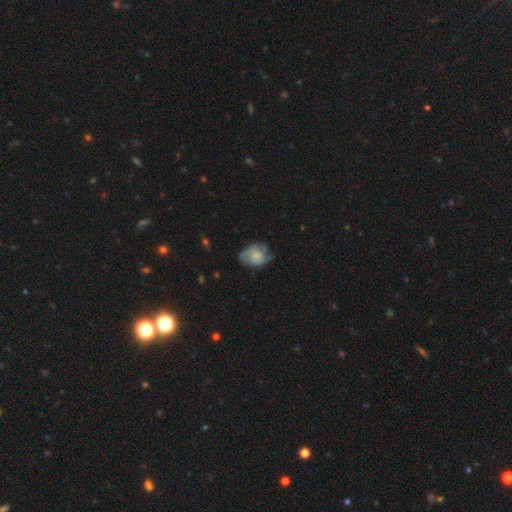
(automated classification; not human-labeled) Q: Smooth or featured?
A: featured or disk (61%); runner-up: smooth (31%)
Q: Edge-on disk?
A: no (97%); runner-up: yes (3%)
Q: Bar?
A: no (72%); runner-up: weak (24%)
Q: Spiral arms?
A: yes (86%); runner-up: no (14%)
Q: Spiral winding?
A: medium (44%); runner-up: tight (39%)
Q: Spiral arm count?
A: 2 (46%); runner-up: can't tell (23%)
Q: Bulge size?
A: small (37%); runner-up: none (28%)
Q: Merging?
A: none (59%); runner-up: minor disturbance (26%)